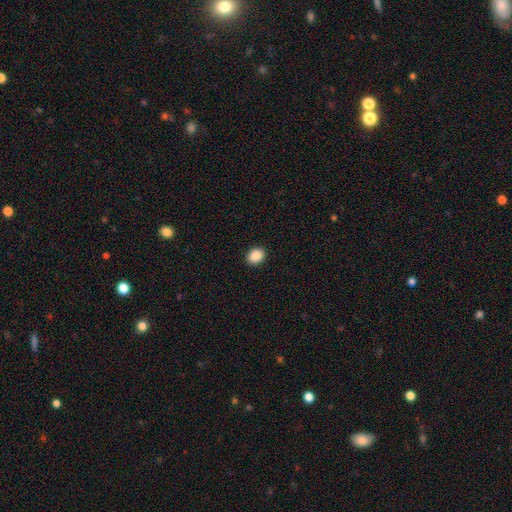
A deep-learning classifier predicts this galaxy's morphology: Smooth or featured?
  - smooth: 89% *
  - star or artifact: 8%
  - featured or disk: 3%
How rounded?
  - in between: 50% *
  - round: 49%
  - cigar-shaped: 1%
Merging?
  - none: 92% *
  - minor disturbance: 6%
  - major disturbance: 2%
  - merger: 1%